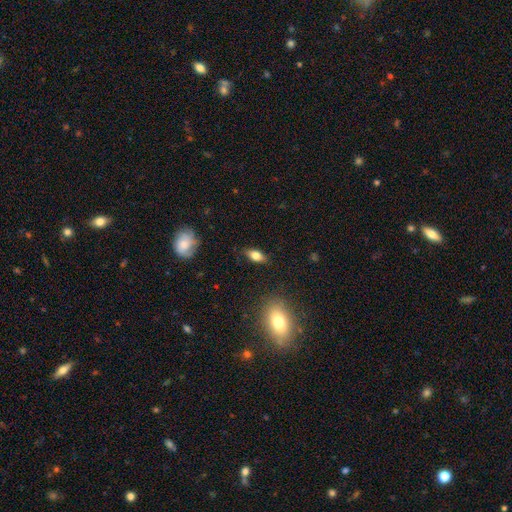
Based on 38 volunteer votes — Smooth or featured: smooth — 84% (featured or disk — 13%)
How rounded: in between — 84% (cigar-shaped — 12%)
Merging: none — 84% (minor disturbance — 14%)